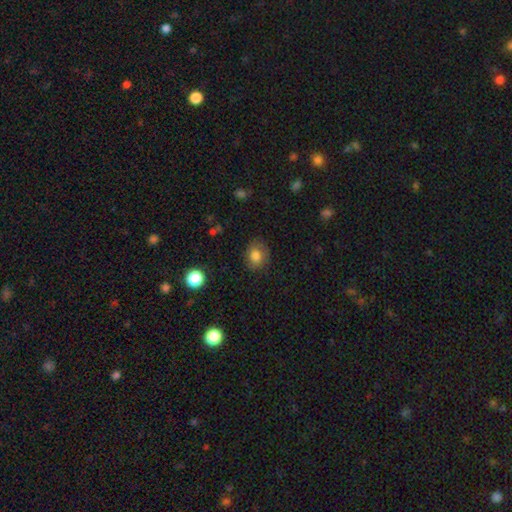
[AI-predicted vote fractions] Q: Smooth or featured?
A: smooth (79%); runner-up: featured or disk (12%)
Q: How rounded?
A: round (52%); runner-up: in between (48%)
Q: Merging?
A: none (77%); runner-up: minor disturbance (17%)